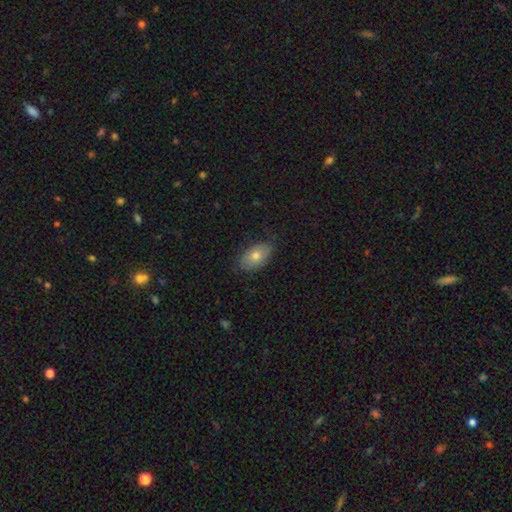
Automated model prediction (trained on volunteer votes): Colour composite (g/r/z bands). It shows a smooth galaxy with no disk features (72%) that is in between round and cigar-shaped (91%). Merging: none (78%).